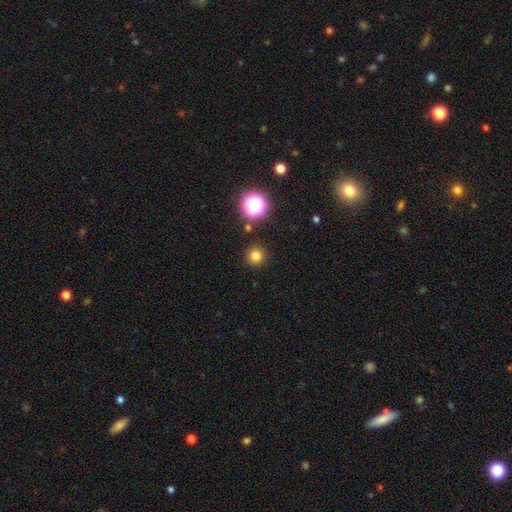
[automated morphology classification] The model was most divided on "smooth or featured": smooth: 77%, star or artifact: 17%, featured or disk: 6%. More confident: how rounded — round (96%); merging — none (90%).